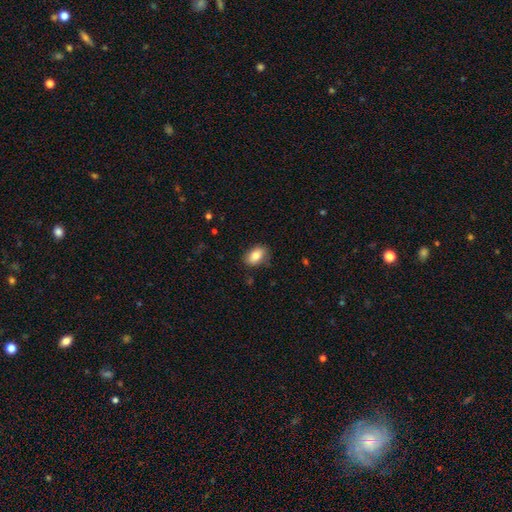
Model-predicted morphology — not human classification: type=smooth (83%); roundness=in between (88%); merging=none (81%).